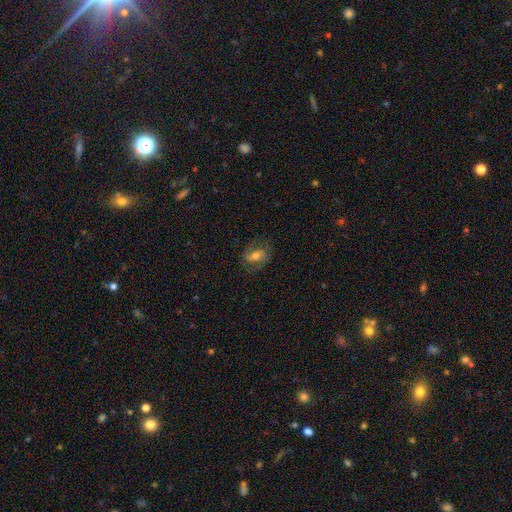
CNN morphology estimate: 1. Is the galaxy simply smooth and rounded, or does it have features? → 61% featured or disk, 31% smooth, 9% star or artifact.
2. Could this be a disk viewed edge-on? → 95% no, 5% yes.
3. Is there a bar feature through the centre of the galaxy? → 41% weak, 30% no, 29% strong.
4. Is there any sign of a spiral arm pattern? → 87% yes, 13% no.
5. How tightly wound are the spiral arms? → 50% medium, 28% tight, 23% loose.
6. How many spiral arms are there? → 86% 2, 8% can't tell, 3% 1, 1% 3, 1% 4, 1% more than 4.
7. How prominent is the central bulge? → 58% moderate, 25% small, 13% large, 3% none, 2% dominant.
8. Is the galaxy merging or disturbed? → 74% none, 16% minor disturbance, 9% major disturbance, 1% merger.